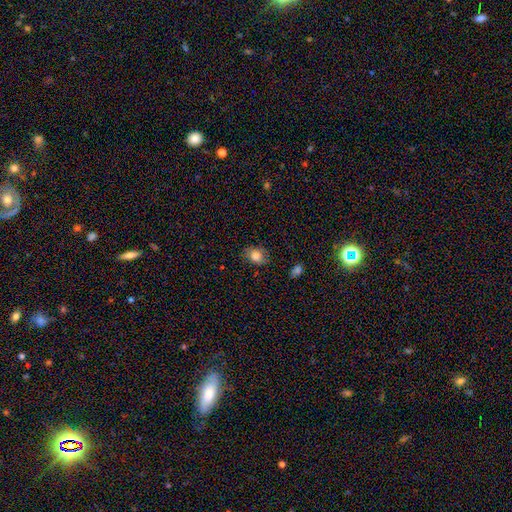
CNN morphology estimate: smooth_or_featured: smooth (p=0.82) [alt: featured or disk p=0.09]
how_rounded: in between (p=0.68) [alt: round p=0.31]
merging: none (p=0.75) [alt: minor disturbance p=0.19]